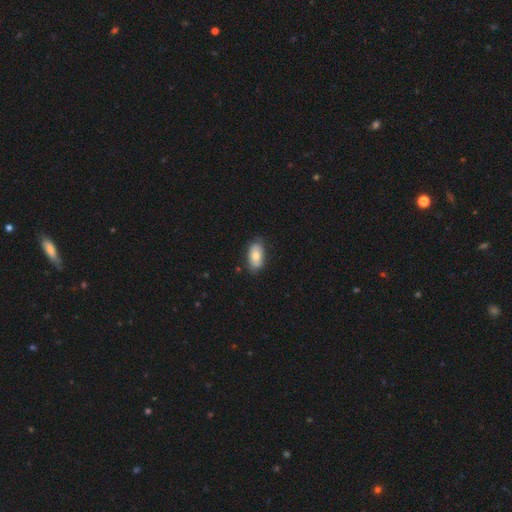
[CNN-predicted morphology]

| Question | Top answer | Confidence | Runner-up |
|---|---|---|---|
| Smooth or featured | smooth | 70% | featured or disk (23%) |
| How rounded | in between | 93% | round (5%) |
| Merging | none | 77% | minor disturbance (19%) |